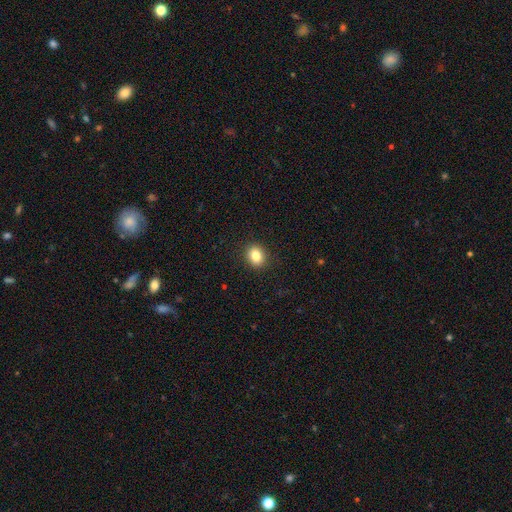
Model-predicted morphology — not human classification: smooth_or_featured: smooth (p=0.84) [alt: star or artifact p=0.10]
how_rounded: round (p=0.56) [alt: in between p=0.43]
merging: none (p=0.90) [alt: minor disturbance p=0.07]